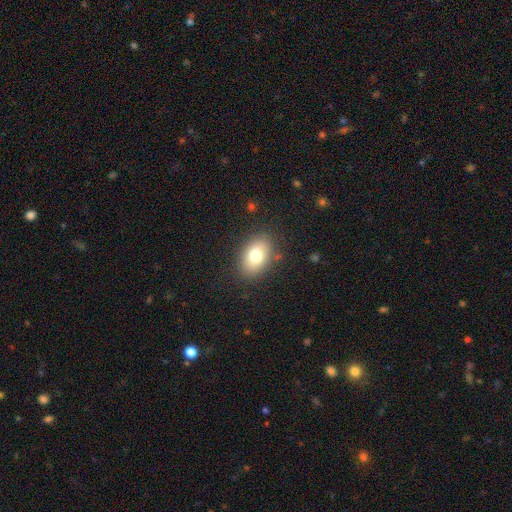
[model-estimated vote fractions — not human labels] A smooth galaxy with no disk features (76%) that is in between round and cigar-shaped (80%). Merging: none (84%).